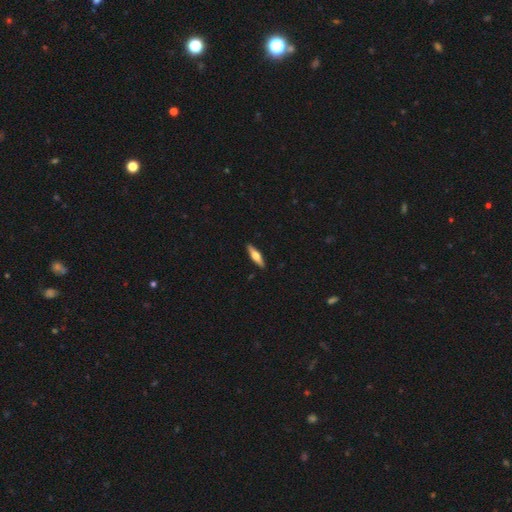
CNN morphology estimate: This is possibly a featured or disk galaxy (57%). It is clearly viewed edge-on (96%). Edge-on bulge: clearly rounded (93%). Merging: clearly none (91%).